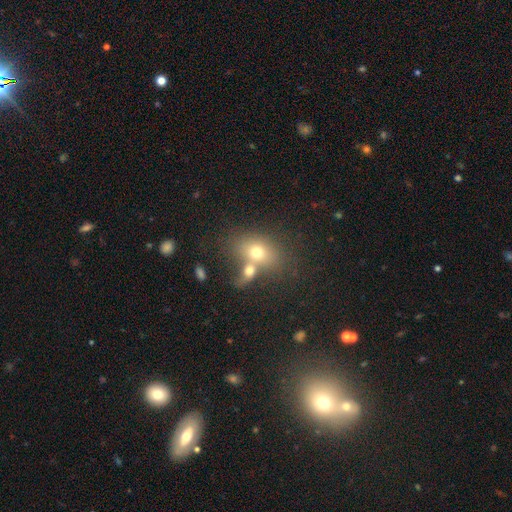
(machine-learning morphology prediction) This appears to be a smooth galaxy with no disk features (66%) that is in between round and cigar-shaped (62%). Merging: none (45%).